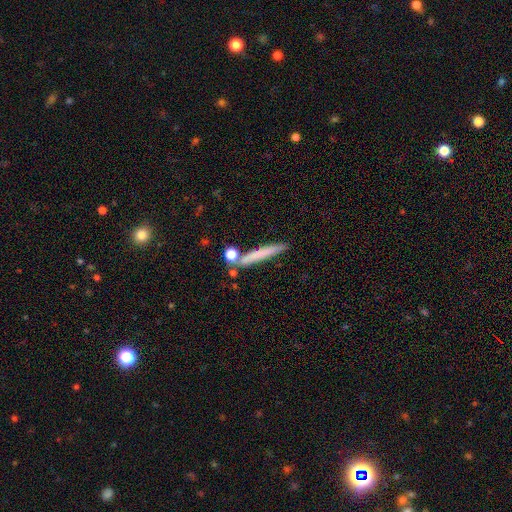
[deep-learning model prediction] smooth 69%, featured or disk 23%, star or artifact 8%. Down the decision tree: how rounded — cigar-shaped (92%); merging — none (76%).